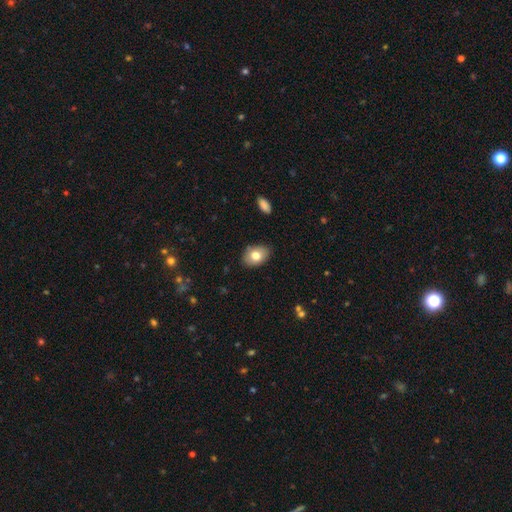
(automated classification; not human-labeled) smooth 78%, featured or disk 14%, star or artifact 8%. Down the decision tree: how rounded — in between (81%); merging — none (85%).